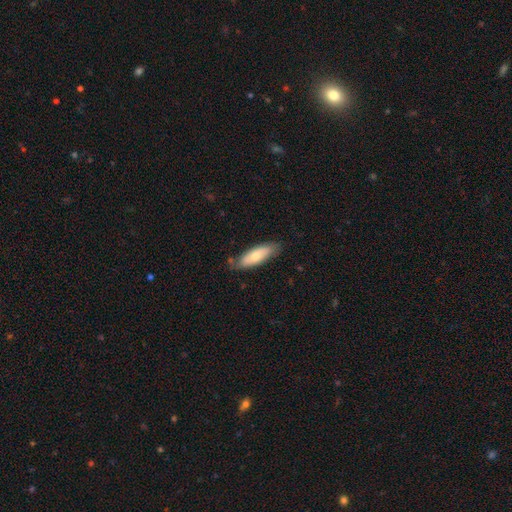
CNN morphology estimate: Smooth or featured?
  - smooth: 67% *
  - featured or disk: 28%
  - star or artifact: 6%
How rounded?
  - in between: 60% *
  - cigar-shaped: 39%
  - round: 2%
Merging?
  - none: 74% *
  - minor disturbance: 20%
  - major disturbance: 4%
  - merger: 2%